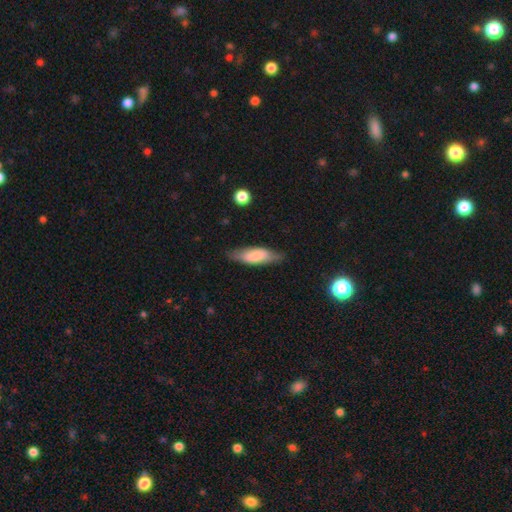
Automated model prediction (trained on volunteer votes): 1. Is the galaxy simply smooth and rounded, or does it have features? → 72% smooth, 22% featured or disk, 6% star or artifact.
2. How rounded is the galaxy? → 55% in between, 43% cigar-shaped, 2% round.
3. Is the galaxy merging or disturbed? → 76% none, 18% minor disturbance, 4% major disturbance, 1% merger.